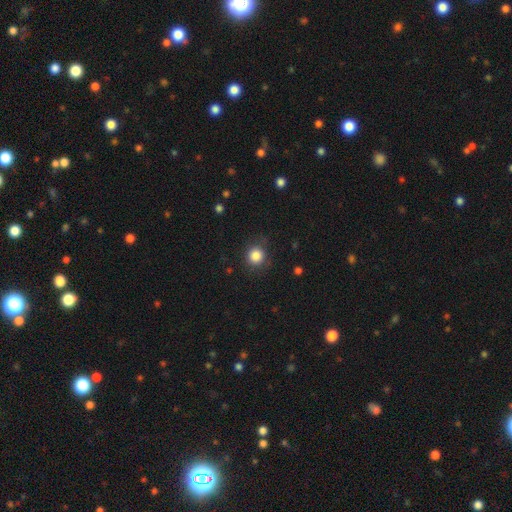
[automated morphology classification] Smooth or featured?
  - smooth: 85% *
  - star or artifact: 11%
  - featured or disk: 5%
How rounded?
  - round: 89% *
  - in between: 10%
  - cigar-shaped: 1%
Merging?
  - none: 82% *
  - minor disturbance: 12%
  - major disturbance: 4%
  - merger: 1%